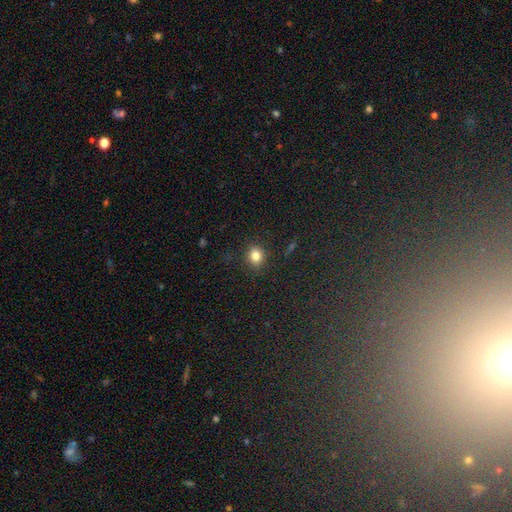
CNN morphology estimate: This appears to be a smooth galaxy with no disk features (82%) that is round (67%). Merging: none (87%).